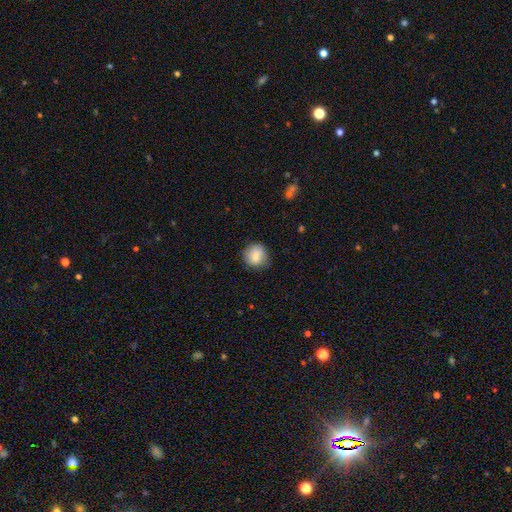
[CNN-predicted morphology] The model was most divided on "merging": none: 76%, minor disturbance: 19%, major disturbance: 4%, merger: 1%. More confident: how rounded — round (86%); smooth or featured — smooth (83%).